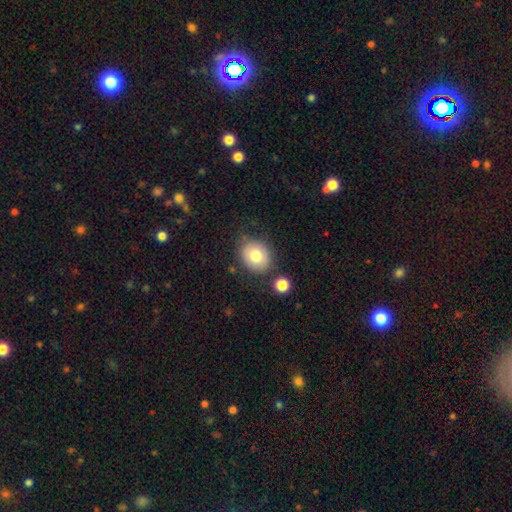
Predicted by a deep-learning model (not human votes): Smooth or featured?
  - smooth: 78% *
  - featured or disk: 13%
  - star or artifact: 9%
How rounded?
  - round: 64% *
  - in between: 35%
  - cigar-shaped: 1%
Merging?
  - none: 77% *
  - minor disturbance: 13%
  - merger: 6%
  - major disturbance: 4%